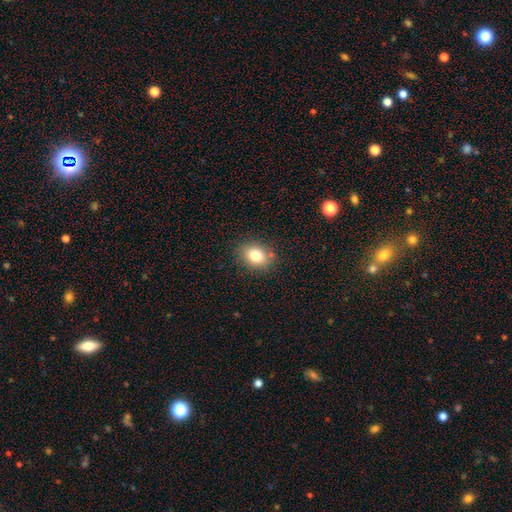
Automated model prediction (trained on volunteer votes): Q: Smooth or featured?
A: smooth (79%); runner-up: star or artifact (11%)
Q: How rounded?
A: in between (56%); runner-up: round (44%)
Q: Merging?
A: none (83%); runner-up: minor disturbance (11%)